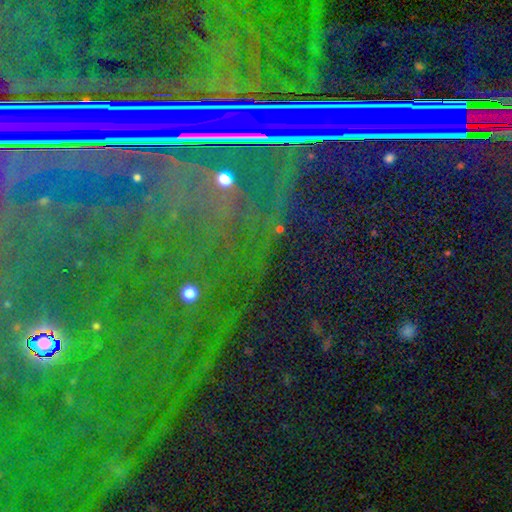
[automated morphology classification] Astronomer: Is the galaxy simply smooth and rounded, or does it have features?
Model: star or artifact — 85%.